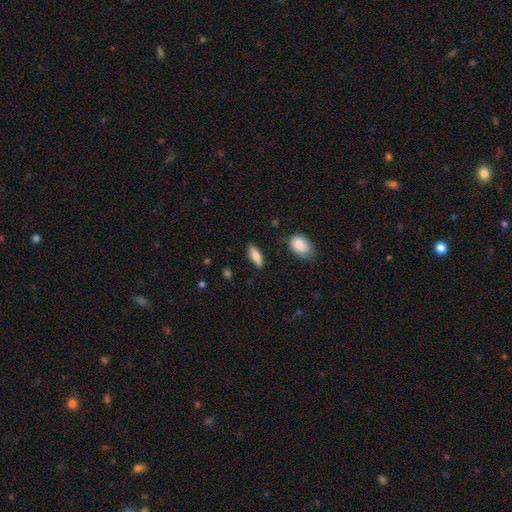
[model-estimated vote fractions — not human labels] Smooth or featured? Predicted: smooth (p=0.78). How rounded? Predicted: in between (p=0.67). Merging? Predicted: none (p=0.83).